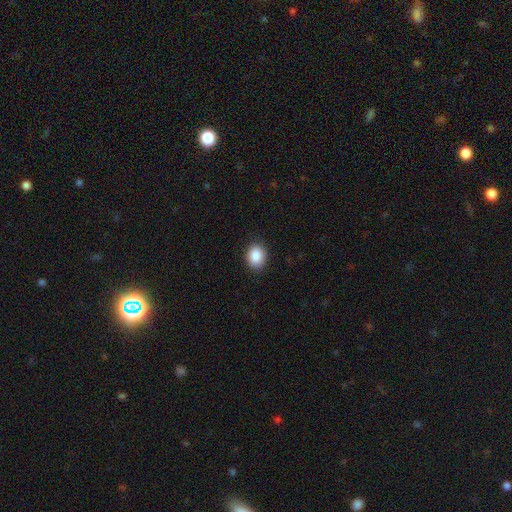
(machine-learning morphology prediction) Smooth or featured: smooth — 88% (star or artifact — 8%)
How rounded: in between — 54% (round — 45%)
Merging: none — 88% (minor disturbance — 9%)